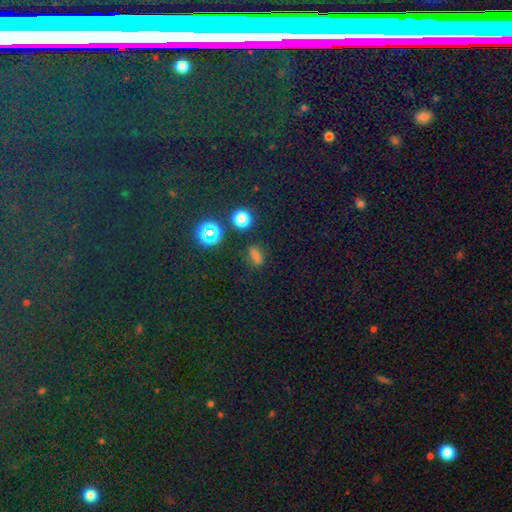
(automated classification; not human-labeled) Smooth or featured? Predicted: smooth (p=0.56). How rounded? Predicted: in between (p=0.54). Merging? Predicted: none (p=0.73).